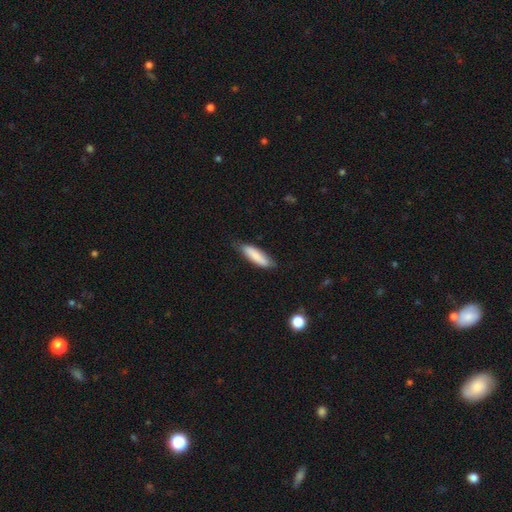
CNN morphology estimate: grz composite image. It shows a smooth galaxy with no disk features (81%) that is cigar-shaped (54%). Merging: none (69%).